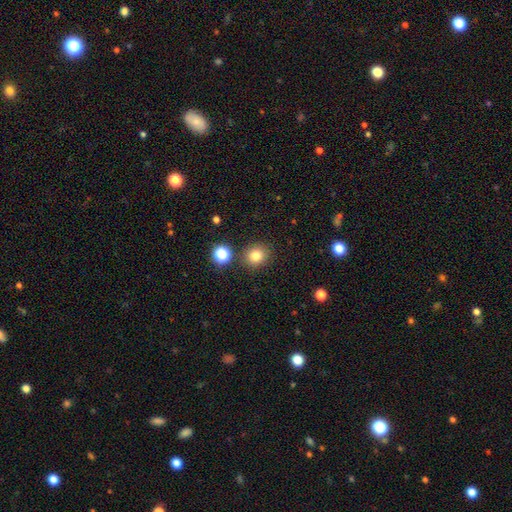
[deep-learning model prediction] Overall: smooth (80%). How rounded: round (83%). Merging: none (85%).